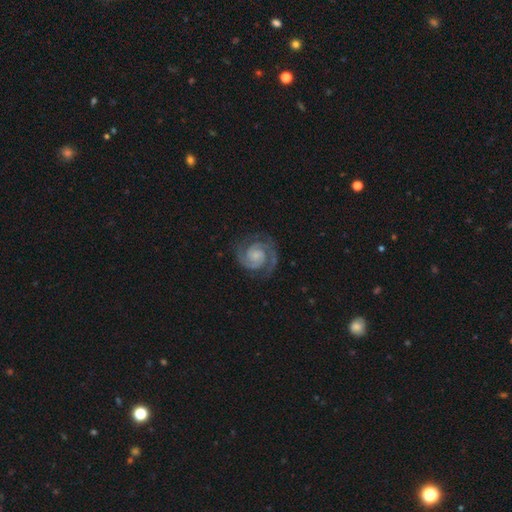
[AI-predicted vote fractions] This is clearly a featured or disk galaxy (91%). It is clearly not viewed edge-on (98%). Bar: likely no (69%). Spiral arm pattern: clearly yes (99%). Spiral arm count: clearly 2 (89%). Spiral winding: likely tight (64%). Central bulge: possibly small (57%). Merging: likely none (79%).